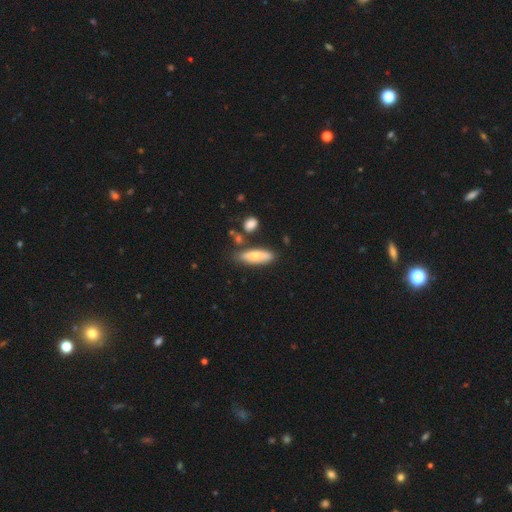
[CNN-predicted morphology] A smooth galaxy with no disk features (60%) that is cigar-shaped (51%).

Vote fractions:
- Smooth or featured? smooth: 60% / featured or disk: 33% / star or artifact: 6%
- How rounded? cigar-shaped: 51% / in between: 47% / round: 2%
- Merging? none: 73% / minor disturbance: 15% / merger: 8% / major disturbance: 4%